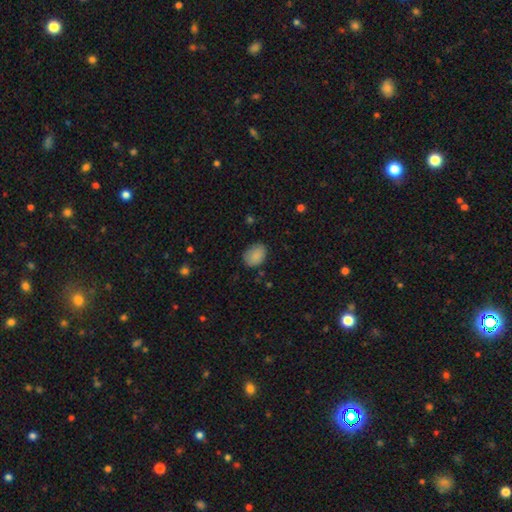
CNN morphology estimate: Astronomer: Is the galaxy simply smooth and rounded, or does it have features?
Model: smooth — 87%.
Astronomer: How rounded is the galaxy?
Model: in between — 72%.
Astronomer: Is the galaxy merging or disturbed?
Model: none — 77%.